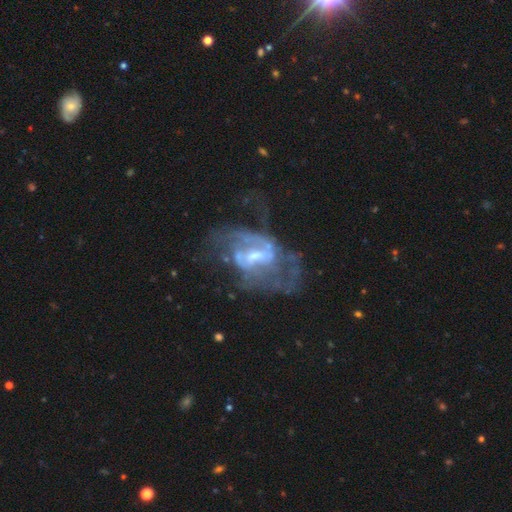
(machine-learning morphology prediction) The model was most divided on "merging": none: 39%, major disturbance: 36%, minor disturbance: 18%, merger: 6%. Remaining: edge-on disk — no (96%); smooth or featured — featured or disk (81%); spiral arms — yes (68%); bar — weak (51%); spiral arm count — 2 (47%); bulge size — moderate (45%); spiral winding — medium (43%).